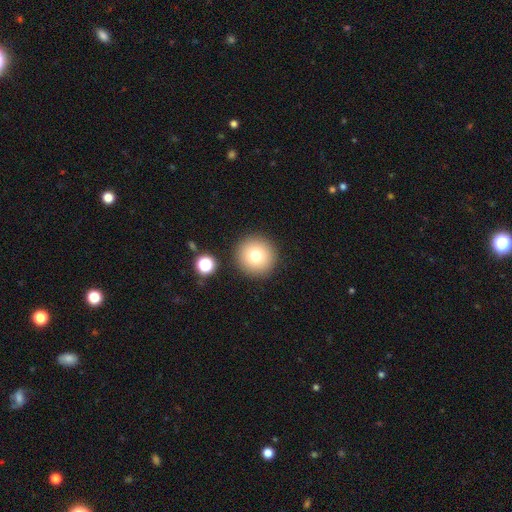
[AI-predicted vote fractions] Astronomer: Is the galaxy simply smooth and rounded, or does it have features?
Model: smooth — 76%.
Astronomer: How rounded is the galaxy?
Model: round — 96%.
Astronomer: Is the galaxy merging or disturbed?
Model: none — 89%.